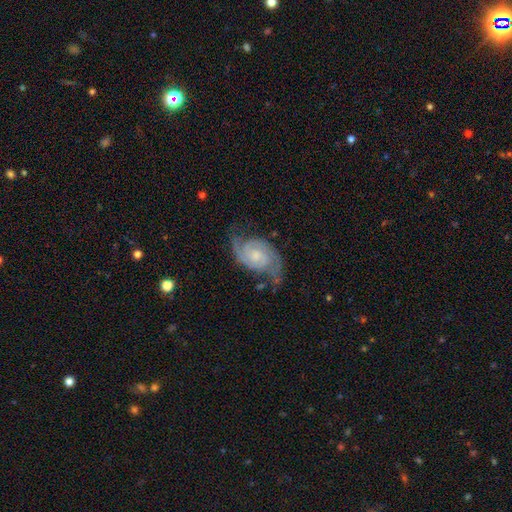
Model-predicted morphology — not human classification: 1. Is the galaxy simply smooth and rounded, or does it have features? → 89% featured or disk, 7% smooth, 5% star or artifact.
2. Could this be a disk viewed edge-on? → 97% no, 3% yes.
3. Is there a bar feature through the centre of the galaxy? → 62% no, 32% weak, 5% strong.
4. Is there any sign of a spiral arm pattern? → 98% yes, 2% no.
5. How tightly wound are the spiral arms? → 45% medium, 43% tight, 12% loose.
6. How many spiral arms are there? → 85% 2, 5% 3, 4% can't tell, 2% 1, 2% 4, 1% more than 4.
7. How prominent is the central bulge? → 42% small, 39% moderate, 13% none, 5% large, 1% dominant.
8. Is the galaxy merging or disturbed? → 65% none, 22% minor disturbance, 11% major disturbance, 2% merger.